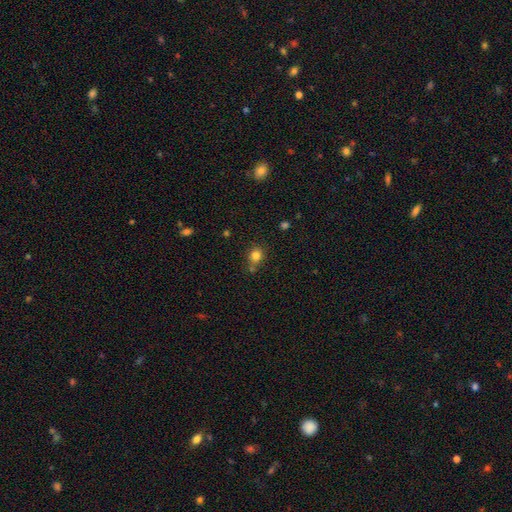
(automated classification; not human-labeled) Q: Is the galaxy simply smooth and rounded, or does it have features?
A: smooth — 81%.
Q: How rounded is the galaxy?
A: round — 81%.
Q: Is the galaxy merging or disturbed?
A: none — 67%.